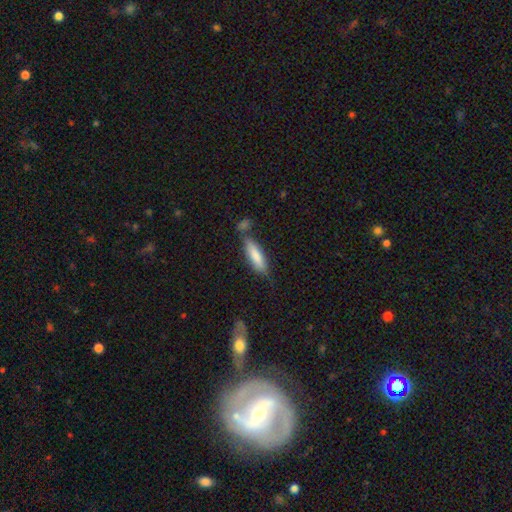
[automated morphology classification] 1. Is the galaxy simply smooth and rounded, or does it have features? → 78% smooth, 16% featured or disk, 6% star or artifact.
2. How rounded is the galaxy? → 61% cigar-shaped, 38% in between, 2% round.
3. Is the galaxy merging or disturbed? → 62% none, 20% minor disturbance, 13% merger, 5% major disturbance.